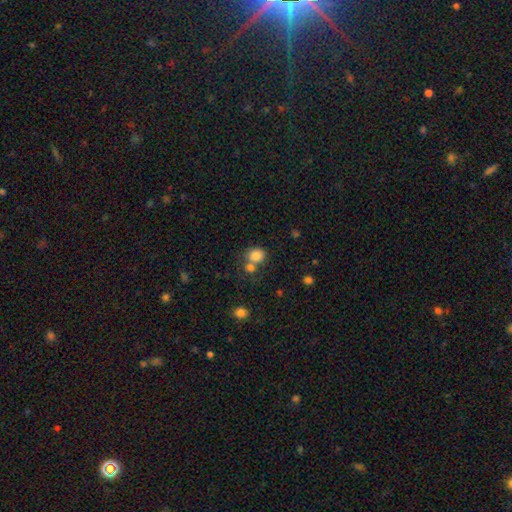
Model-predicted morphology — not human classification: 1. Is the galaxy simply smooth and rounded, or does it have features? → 83% smooth, 11% star or artifact, 7% featured or disk.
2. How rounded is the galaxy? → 69% round, 30% in between, 1% cigar-shaped.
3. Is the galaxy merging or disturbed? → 51% none, 33% merger, 11% minor disturbance, 5% major disturbance.